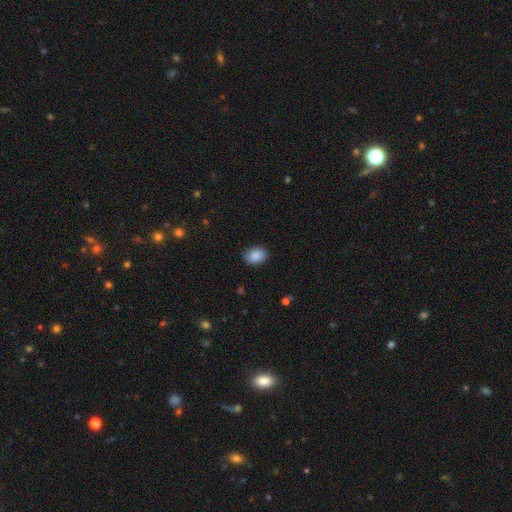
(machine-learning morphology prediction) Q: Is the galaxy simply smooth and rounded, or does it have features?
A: smooth — 88%.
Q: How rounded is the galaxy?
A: in between — 76%.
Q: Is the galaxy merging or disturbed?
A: none — 86%.